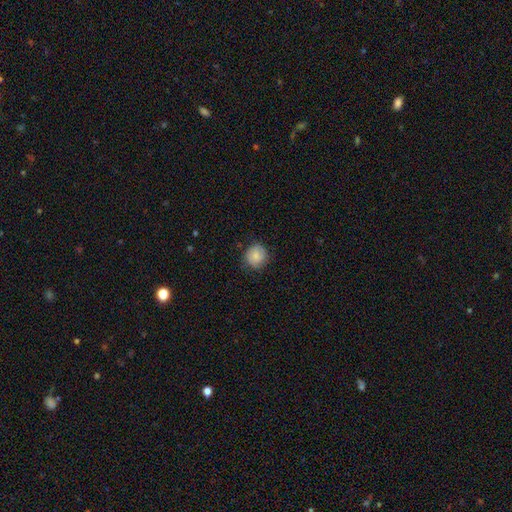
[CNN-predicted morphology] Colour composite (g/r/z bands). It shows a smooth galaxy with no disk features (75%) that is round (86%). Merging: none (79%).